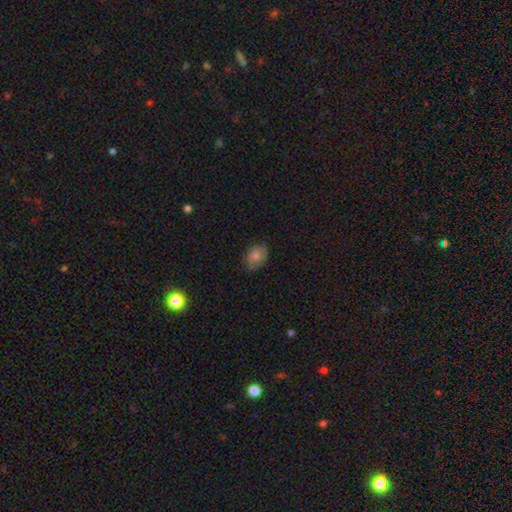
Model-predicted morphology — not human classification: Q: Smooth or featured?
A: smooth (71%); runner-up: featured or disk (20%)
Q: How rounded?
A: in between (72%); runner-up: round (26%)
Q: Merging?
A: none (78%); runner-up: minor disturbance (18%)